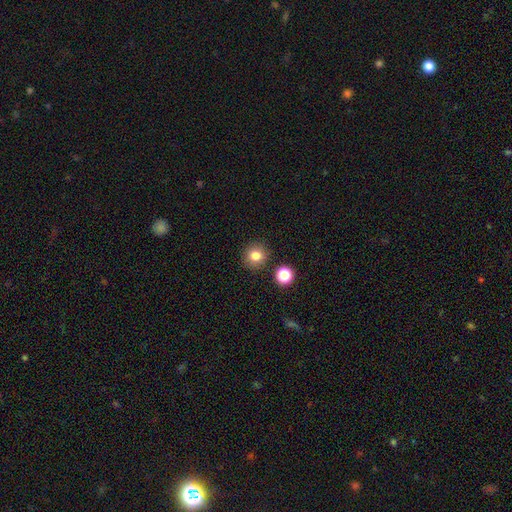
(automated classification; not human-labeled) smooth_or_featured: smooth (p=0.81) [alt: star or artifact p=0.13]
how_rounded: round (p=0.90) [alt: in between p=0.09]
merging: none (p=0.86) [alt: minor disturbance p=0.07]